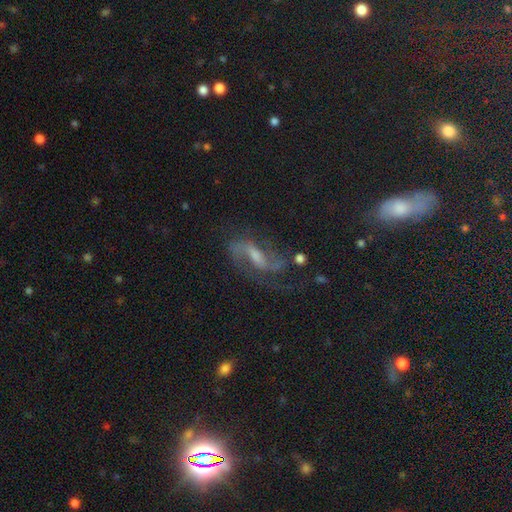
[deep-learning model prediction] This is likely a featured or disk galaxy (78%). It is clearly not viewed edge-on (93%). Bar: possibly weak (50%). Spiral arm pattern: clearly yes (94%). Spiral arm count: clearly 2 (86%). Spiral winding: possibly medium (46%). Central bulge: marginally small (43%). Merging: possibly none (60%).